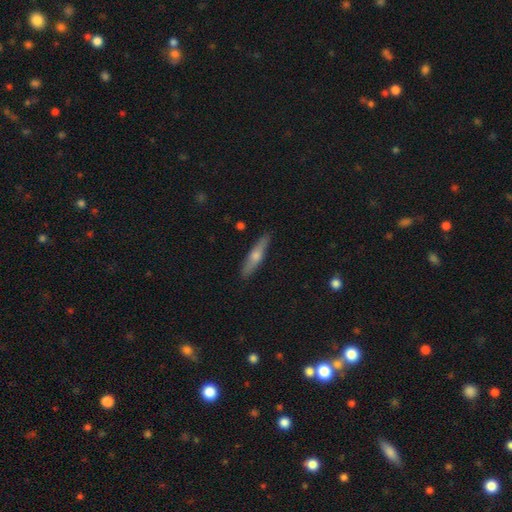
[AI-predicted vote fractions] A featured or disk galaxy (48%).

Vote fractions:
- Smooth or featured? featured or disk: 48% / smooth: 46% / star or artifact: 6%
- Merging? none: 89% / minor disturbance: 8% / major disturbance: 2% / merger: 1%